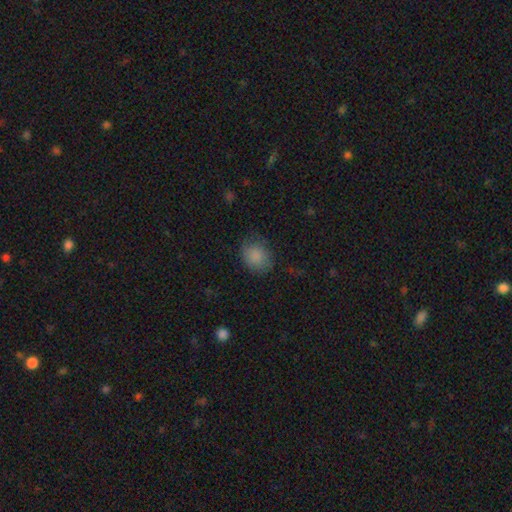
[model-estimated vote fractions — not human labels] This appears to be a smooth galaxy with no disk features (85%) that is round (52%). Merging: none (72%).